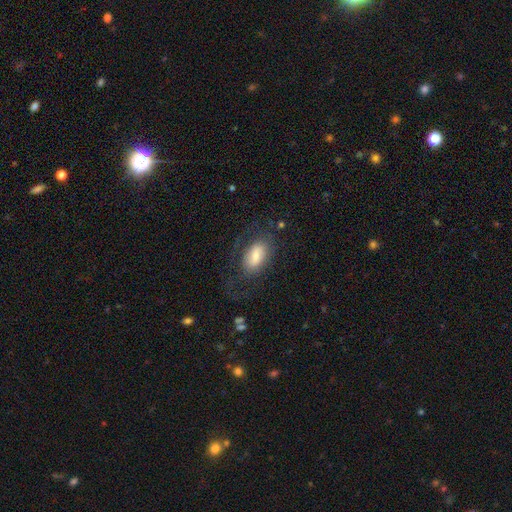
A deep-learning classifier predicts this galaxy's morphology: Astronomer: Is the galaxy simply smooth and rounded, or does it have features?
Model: smooth — 55% (runner-up: featured or disk, 37%).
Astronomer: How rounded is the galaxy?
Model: in between — 91%.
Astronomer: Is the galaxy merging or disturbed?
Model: none — 56%.